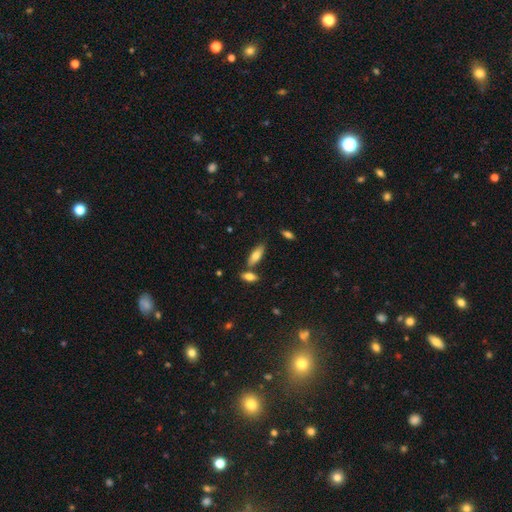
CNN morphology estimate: type=smooth (74%); roundness=in between (69%); merging=none (69%).